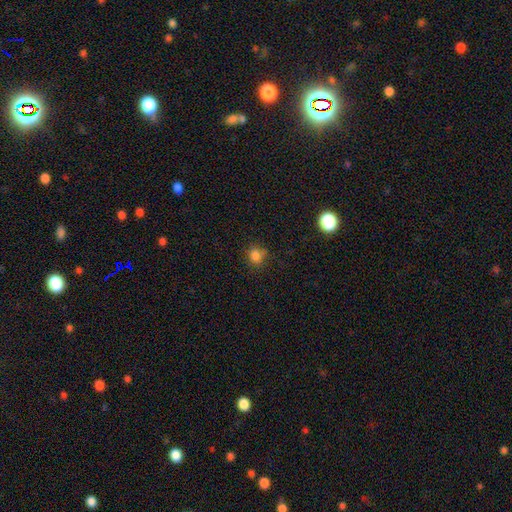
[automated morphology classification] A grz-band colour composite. It shows a smooth galaxy with no disk features (80%) that is round (69%). Merging: none (71%).